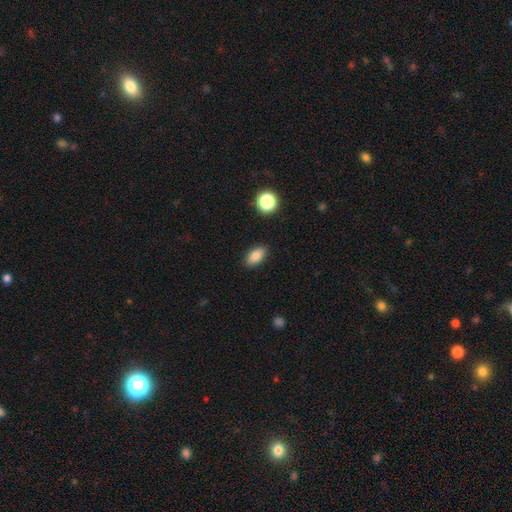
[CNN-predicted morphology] type=smooth (84%); roundness=in between (90%); merging=none (87%).